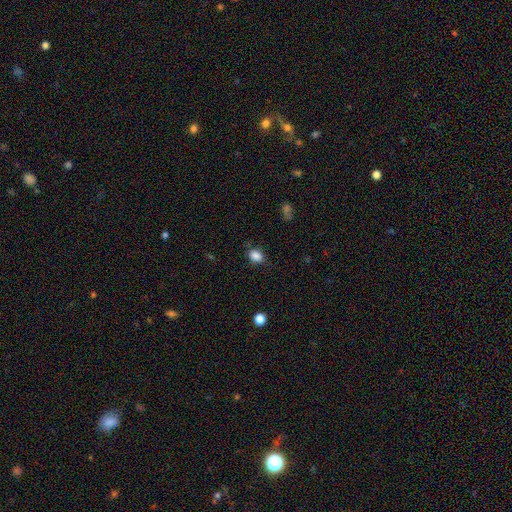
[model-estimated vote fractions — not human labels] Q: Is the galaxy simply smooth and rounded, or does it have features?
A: smooth — 86%.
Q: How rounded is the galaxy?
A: in between — 67%.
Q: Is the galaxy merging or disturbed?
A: none — 76%.